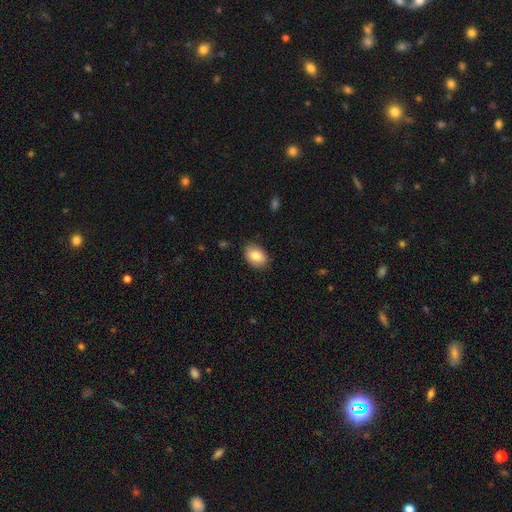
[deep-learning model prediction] Overall: smooth (84%). How rounded: in between (80%). Merging: none (83%).